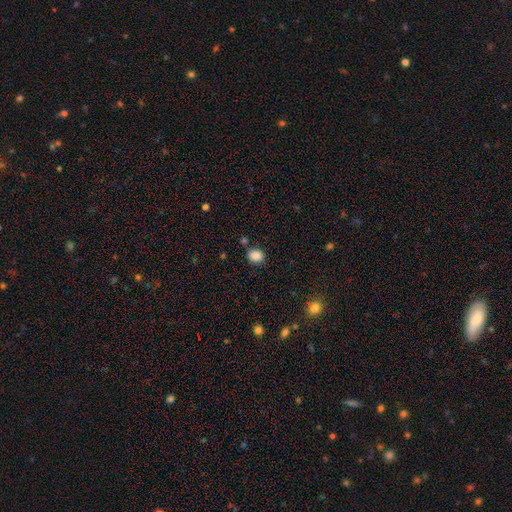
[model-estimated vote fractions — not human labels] The model was most divided on "how rounded": round: 55%, in between: 44%, cigar-shaped: 1%. More confident: smooth or featured — smooth (87%); merging — none (79%).